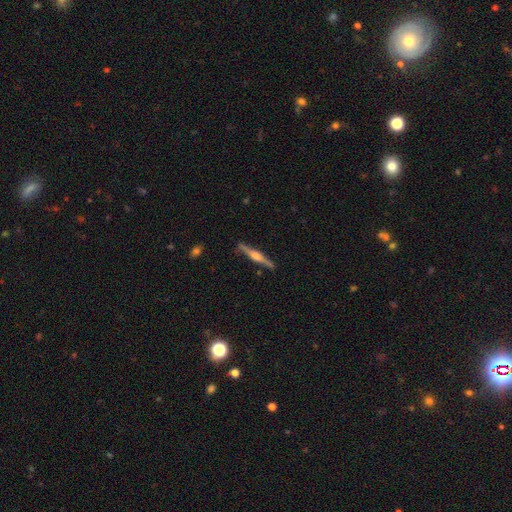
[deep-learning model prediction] smooth_or_featured: featured or disk (p=0.79) [alt: smooth p=0.16]
disk_edge_on: yes (p=0.98) [alt: no p=0.02]
edge_on_bulge: rounded (p=0.79) [alt: boxy p=0.17]
merging: none (p=0.89) [alt: minor disturbance p=0.08]